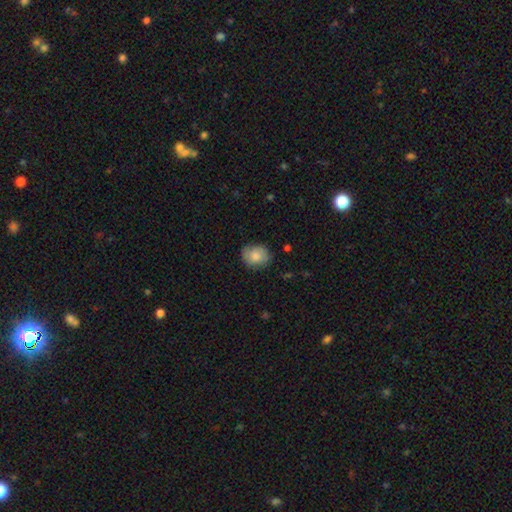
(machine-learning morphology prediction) The model was most divided on "how rounded": round: 58%, in between: 41%, cigar-shaped: 1%. More confident: smooth or featured — smooth (79%); merging — none (73%).